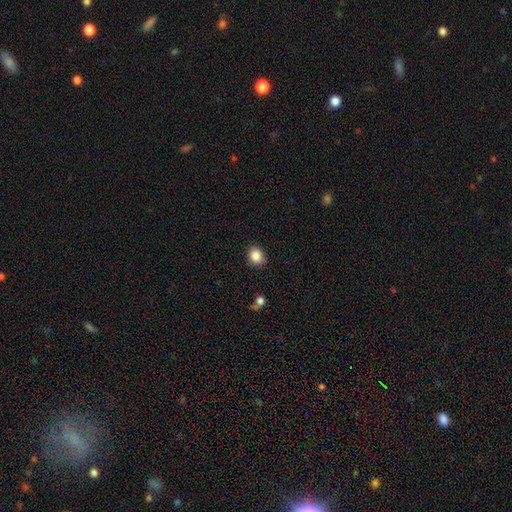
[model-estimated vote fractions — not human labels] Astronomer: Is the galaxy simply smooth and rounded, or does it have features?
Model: smooth — 86%.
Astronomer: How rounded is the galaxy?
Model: round — 71%.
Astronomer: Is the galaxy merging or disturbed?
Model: none — 80%.